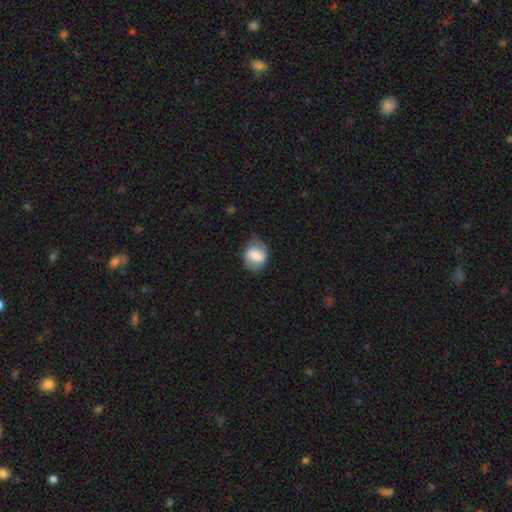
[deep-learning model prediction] A smooth galaxy with no disk features (62%) that is in between round and cigar-shaped (50%).

Vote fractions:
- Smooth or featured? smooth: 62% / featured or disk: 30% / star or artifact: 7%
- How rounded? in between: 50% / round: 49% / cigar-shaped: 1%
- Merging? none: 68% / minor disturbance: 23% / major disturbance: 8% / merger: 1%